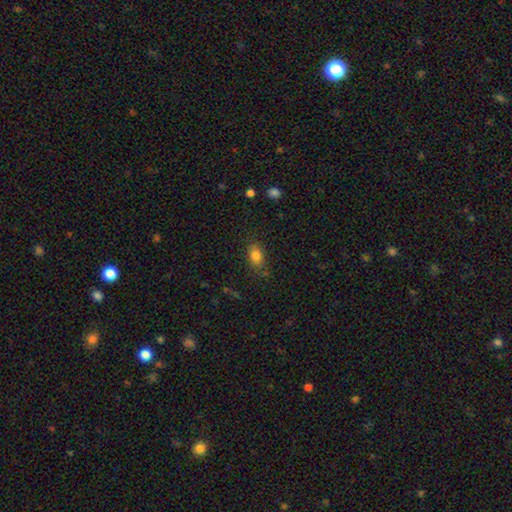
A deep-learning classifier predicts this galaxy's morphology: smooth 82%, star or artifact 10%, featured or disk 8%. Down the decision tree: how rounded — in between (84%); merging — none (78%).